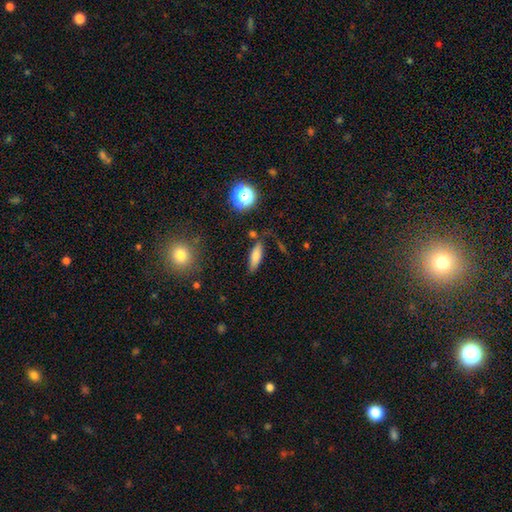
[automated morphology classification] smooth-or-featured: smooth: 75% | featured or disk: 13% | star or artifact: 11%
  how-rounded: in between: 52% | cigar-shaped: 44% | round: 4%
  merging: none: 76% | minor disturbance: 15% | merger: 5% | major disturbance: 5%